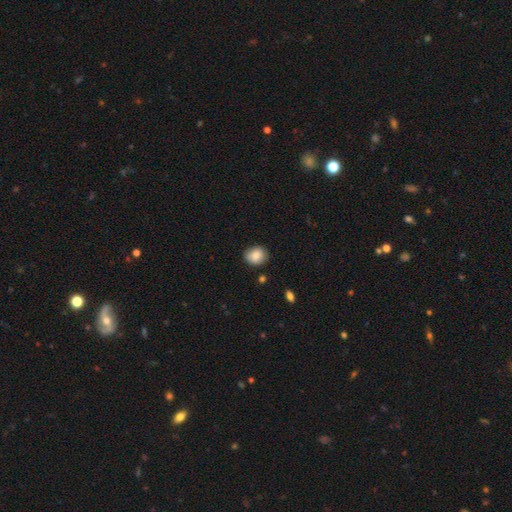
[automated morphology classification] This appears to be a smooth galaxy with no disk features (84%) that is round (62%). Merging: none (81%).